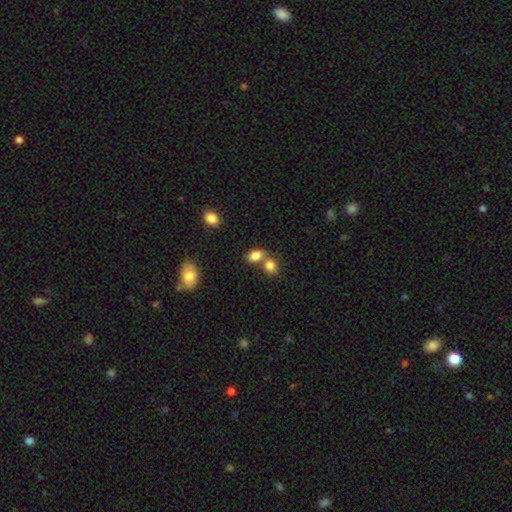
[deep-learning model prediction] This appears to be a smooth galaxy with no disk features (83%) that is in between round and cigar-shaped (78%). Merging: merger (44%).